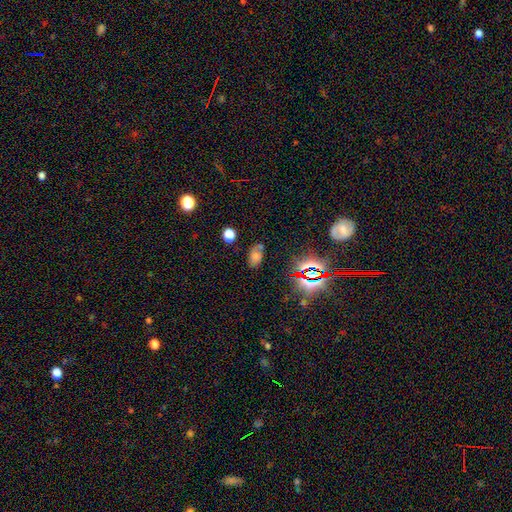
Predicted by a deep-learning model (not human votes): Smooth or featured? Predicted: smooth (p=0.60). How rounded? Predicted: in between (p=0.87). Merging? Predicted: none (p=0.62).